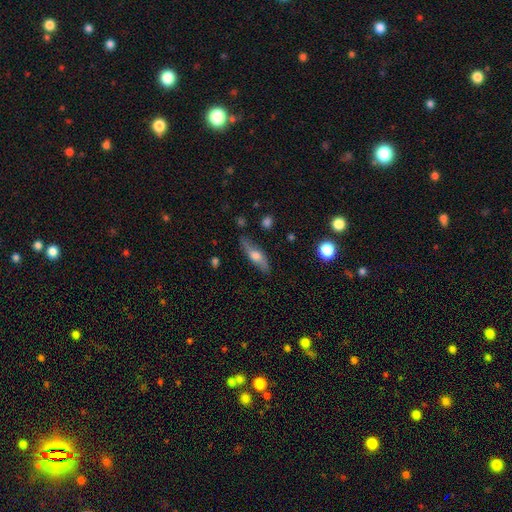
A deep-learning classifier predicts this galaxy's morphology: This appears to be a smooth galaxy with no disk features (49%). Merging: none (80%).